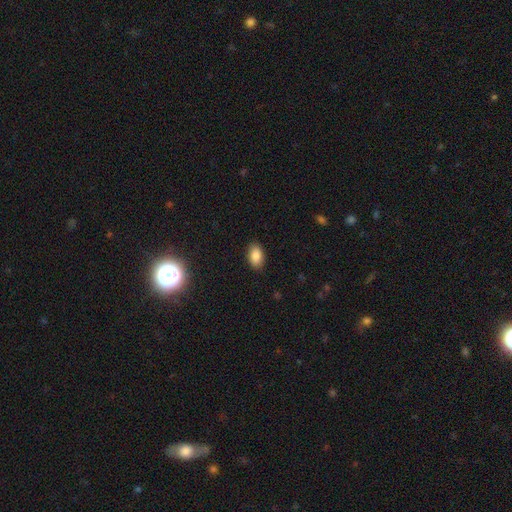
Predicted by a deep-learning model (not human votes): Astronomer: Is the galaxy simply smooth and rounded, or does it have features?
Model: smooth — 86%.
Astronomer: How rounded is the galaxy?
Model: in between — 91%.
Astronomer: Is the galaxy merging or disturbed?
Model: none — 87%.